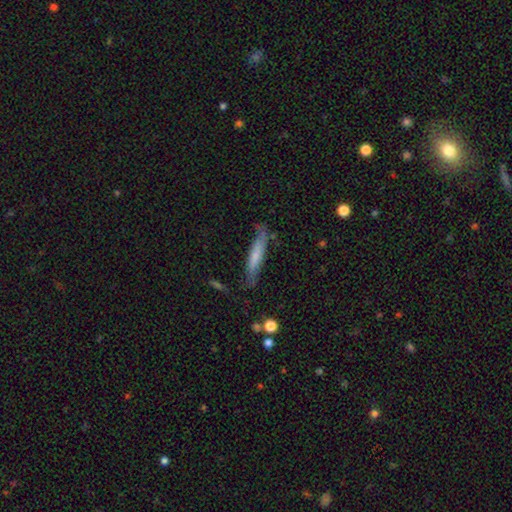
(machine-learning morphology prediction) Smooth or featured? Predicted: smooth (p=0.62). How rounded? Predicted: cigar-shaped (p=0.89). Merging? Predicted: none (p=0.67).